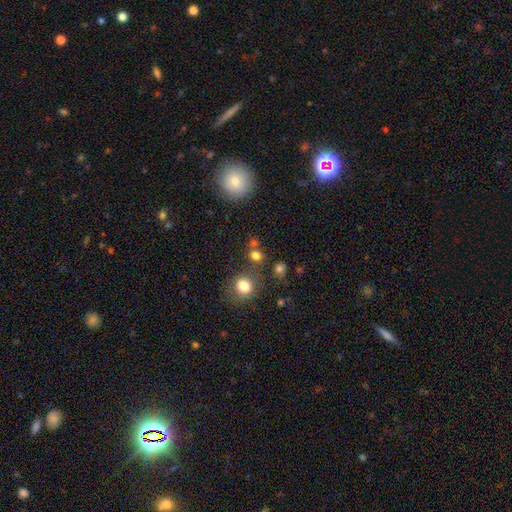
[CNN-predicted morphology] Smooth or featured?
  - smooth: 77% *
  - star or artifact: 16%
  - featured or disk: 6%
How rounded?
  - round: 82% *
  - in between: 17%
  - cigar-shaped: 1%
Merging?
  - none: 66% *
  - merger: 19%
  - minor disturbance: 10%
  - major disturbance: 5%